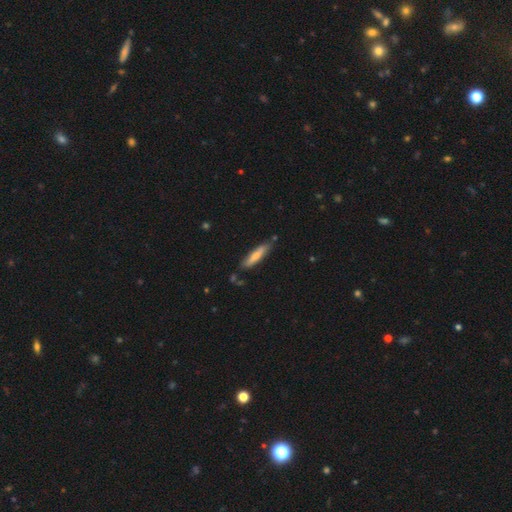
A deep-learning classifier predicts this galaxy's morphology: Smooth or featured: smooth — 67% (featured or disk — 28%)
How rounded: cigar-shaped — 83% (in between — 15%)
Merging: none — 78% (minor disturbance — 16%)